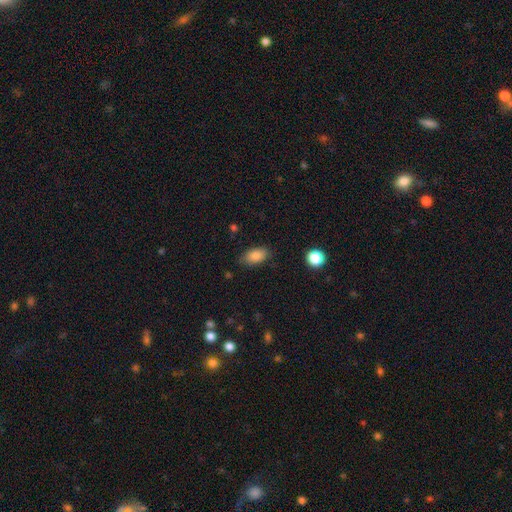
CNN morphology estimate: This is clearly a smooth galaxy (86%). How rounded: clearly in between (91%). Merging: clearly none (81%).